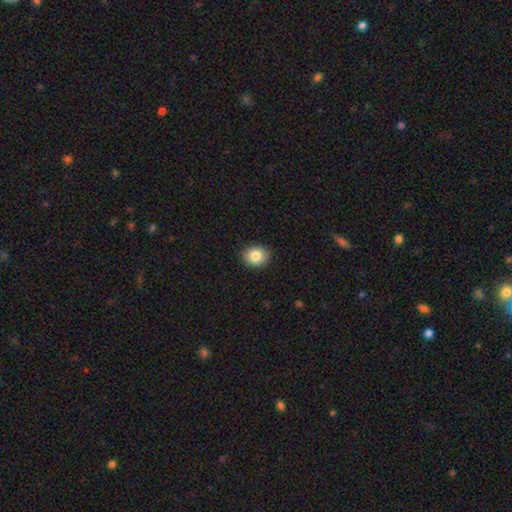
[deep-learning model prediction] The model was most divided on "how rounded": round: 58%, in between: 41%, cigar-shaped: 1%. More confident: merging — none (90%); smooth or featured — smooth (84%).